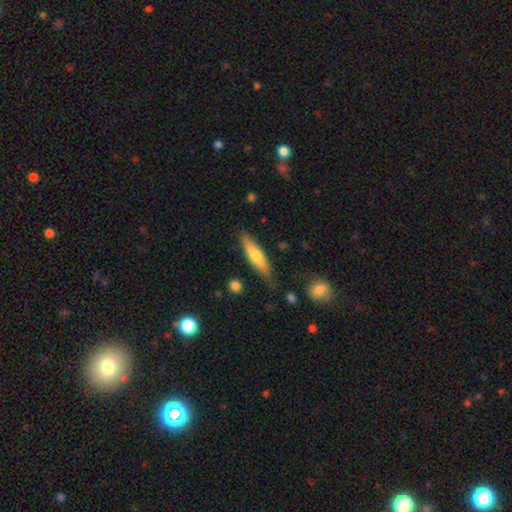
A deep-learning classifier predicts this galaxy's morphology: Smooth or featured?
  - smooth: 62% *
  - featured or disk: 32%
  - star or artifact: 6%
How rounded?
  - cigar-shaped: 68% *
  - in between: 30%
  - round: 2%
Merging?
  - none: 75% *
  - minor disturbance: 19%
  - major disturbance: 4%
  - merger: 2%